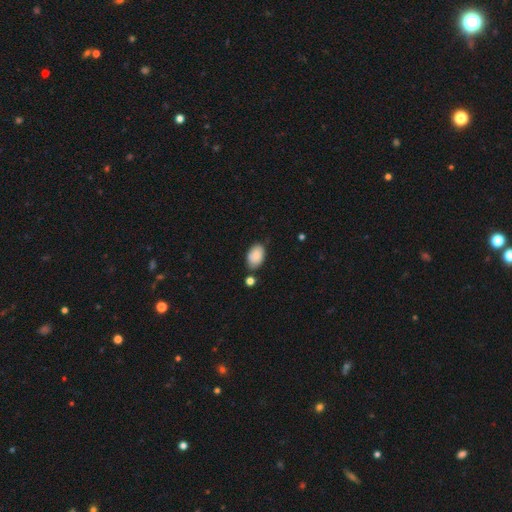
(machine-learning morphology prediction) smooth-or-featured: smooth: 85% | featured or disk: 8% | star or artifact: 7%
  how-rounded: in between: 91% | round: 8% | cigar-shaped: 1%
  merging: none: 69% | minor disturbance: 20% | merger: 7% | major disturbance: 4%